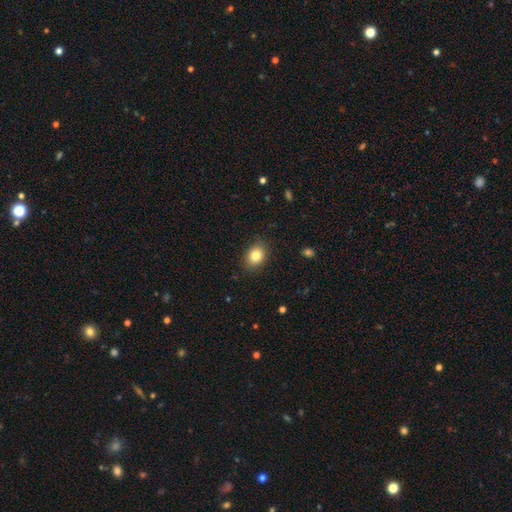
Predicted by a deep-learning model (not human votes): Smooth or featured: smooth — 84% (star or artifact — 9%)
How rounded: in between — 61% (round — 38%)
Merging: none — 86% (minor disturbance — 10%)